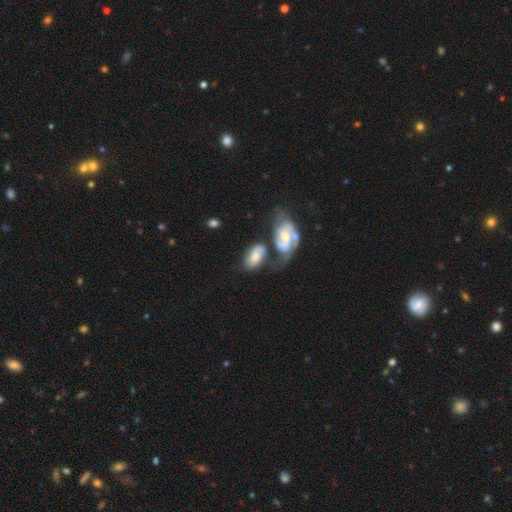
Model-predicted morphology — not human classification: Smooth or featured: smooth — 50% (featured or disk — 42%)
How rounded: in between — 90% (round — 8%)
Merging: merger — 43% (none — 27%)